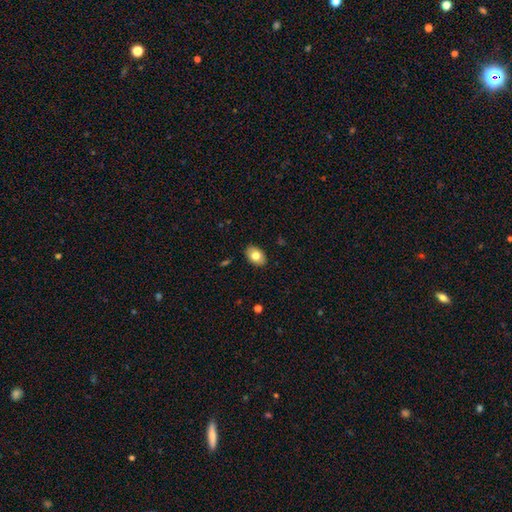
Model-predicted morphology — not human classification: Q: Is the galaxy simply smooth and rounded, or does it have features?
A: smooth — 76%.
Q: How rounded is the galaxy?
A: in between — 85%.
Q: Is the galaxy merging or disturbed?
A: none — 88%.